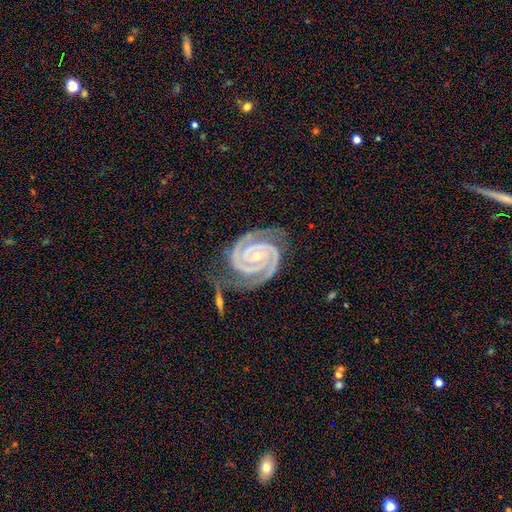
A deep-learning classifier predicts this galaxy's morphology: A featured or disk galaxy (94%) with no bar (49%), 2 (90%) tight (82%) spiral arms (99%) and a small central bulge (74%).

Vote fractions:
- Smooth or featured? featured or disk: 94% / star or artifact: 4% / smooth: 2%
- Edge-on disk? no: 98% / yes: 2%
- Bar? no: 49% / weak: 29% / strong: 22%
- Spiral arms? yes: 99% / no: 1%
- Spiral winding? tight: 82% / medium: 16% / loose: 2%
- Spiral arm count? 2: 90% / 3: 5% / can't tell: 1% / 4: 1% / 1: 1% / more than 4: 1%
- Bulge size? small: 74% / moderate: 22% / none: 2% / large: 1% / dominant: 1%
- Merging? none: 71% / minor disturbance: 18% / major disturbance: 6% / merger: 5%